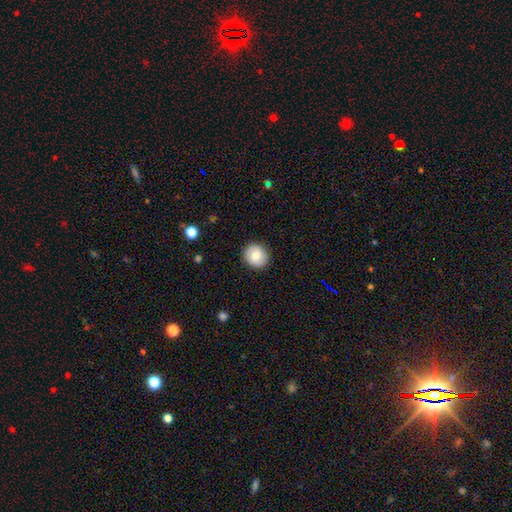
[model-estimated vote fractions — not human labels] Smooth or featured: smooth — 75% (featured or disk — 18%)
How rounded: round — 83% (in between — 16%)
Merging: none — 89% (minor disturbance — 8%)